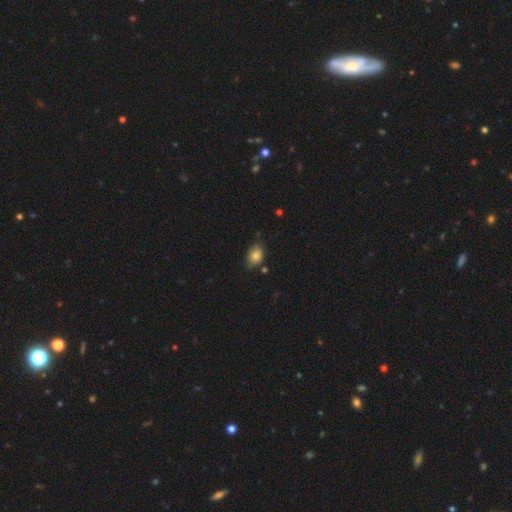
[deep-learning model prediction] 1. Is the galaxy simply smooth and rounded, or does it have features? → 76% smooth, 14% featured or disk, 9% star or artifact.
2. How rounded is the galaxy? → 73% in between, 25% round, 1% cigar-shaped.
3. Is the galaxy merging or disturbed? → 62% none, 29% minor disturbance, 5% major disturbance, 4% merger.